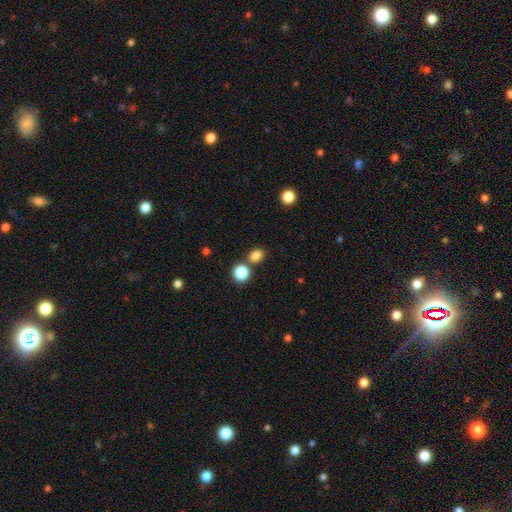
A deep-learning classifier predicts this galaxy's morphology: smooth-or-featured: smooth: 82% | star or artifact: 14% | featured or disk: 4%
  how-rounded: round: 67% | in between: 32% | cigar-shaped: 1%
  merging: none: 75% | merger: 14% | minor disturbance: 8% | major disturbance: 3%